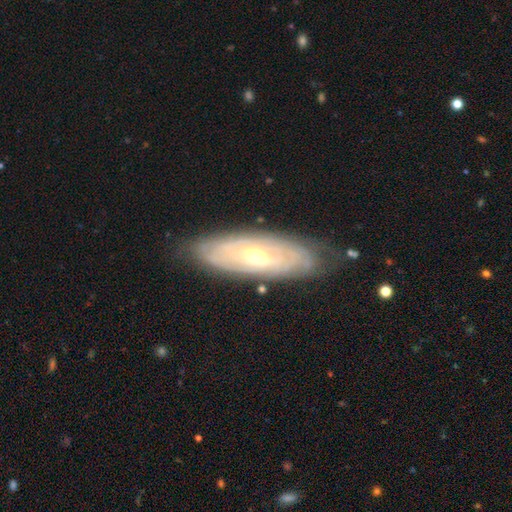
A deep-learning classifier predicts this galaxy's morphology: Smooth or featured: featured or disk — 77% (smooth — 18%)
Edge-on disk: no — 81% (yes — 19%)
Bar: no — 56% (weak — 33%)
Spiral arms: yes — 78% (no — 22%)
Bulge size: moderate — 56% (small — 40%)
Merging: none — 81% (minor disturbance — 14%)